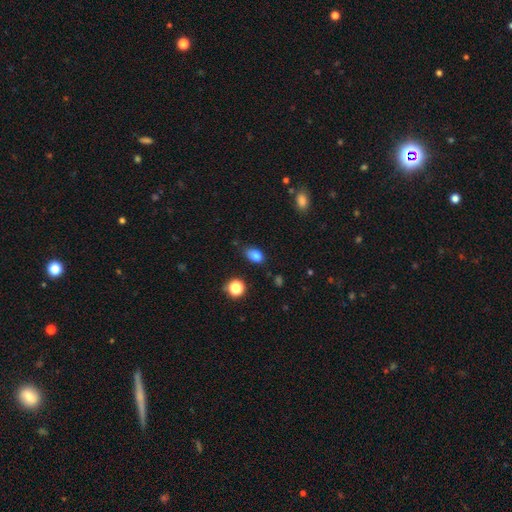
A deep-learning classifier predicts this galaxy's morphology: Smooth or featured? smooth (83%)
How rounded? in between (82%)
Merging? none (66%)